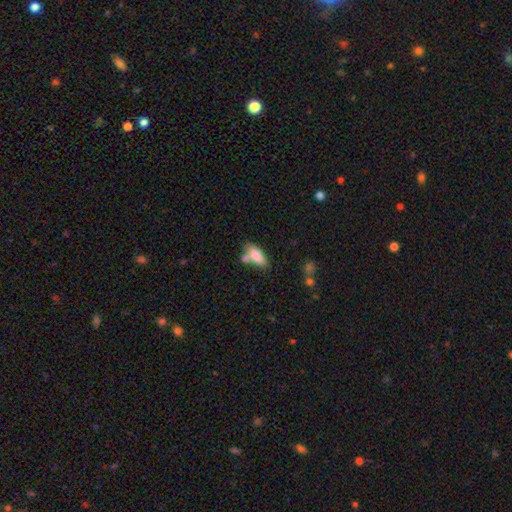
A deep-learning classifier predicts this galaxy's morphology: Smooth or featured? smooth (78%)
How rounded? in between (79%)
Merging? none (43%)